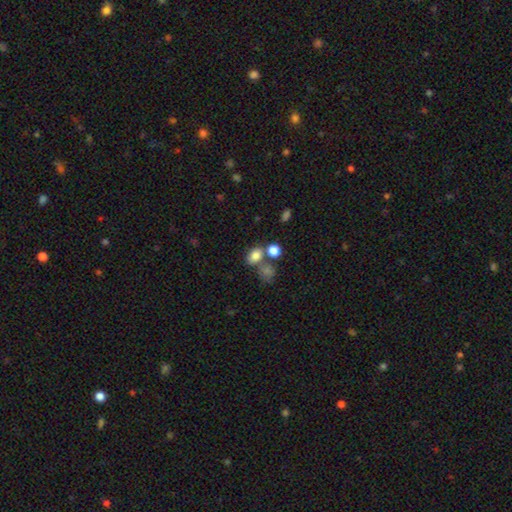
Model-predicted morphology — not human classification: Q: Smooth or featured?
A: smooth (78%); runner-up: star or artifact (13%)
Q: How rounded?
A: in between (66%); runner-up: round (33%)
Q: Merging?
A: none (49%); runner-up: merger (31%)